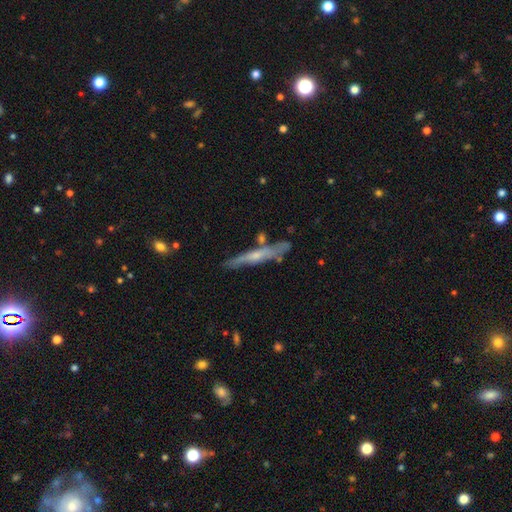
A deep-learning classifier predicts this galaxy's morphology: Q: Smooth or featured?
A: featured or disk (60%); runner-up: smooth (34%)
Q: Edge-on disk?
A: yes (89%); runner-up: no (11%)
Q: Edge-on bulge?
A: rounded (54%); runner-up: none (40%)
Q: Merging?
A: none (74%); runner-up: minor disturbance (16%)